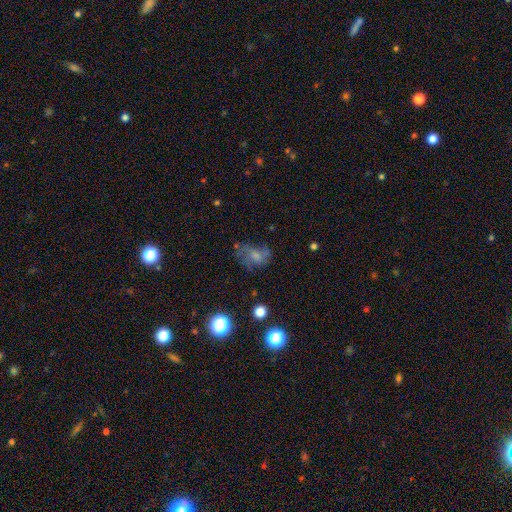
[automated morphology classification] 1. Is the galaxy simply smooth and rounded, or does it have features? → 55% smooth, 30% featured or disk, 15% star or artifact.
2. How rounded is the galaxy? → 72% in between, 26% round, 2% cigar-shaped.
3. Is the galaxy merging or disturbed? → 40% none, 30% major disturbance, 25% minor disturbance, 4% merger.